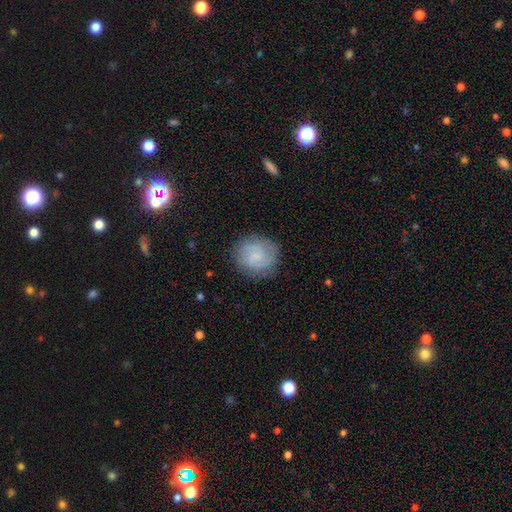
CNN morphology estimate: smooth-or-featured: featured or disk: 48% | smooth: 44% | star or artifact: 8%
  merging: none: 83% | minor disturbance: 12% | major disturbance: 4% | merger: 1%